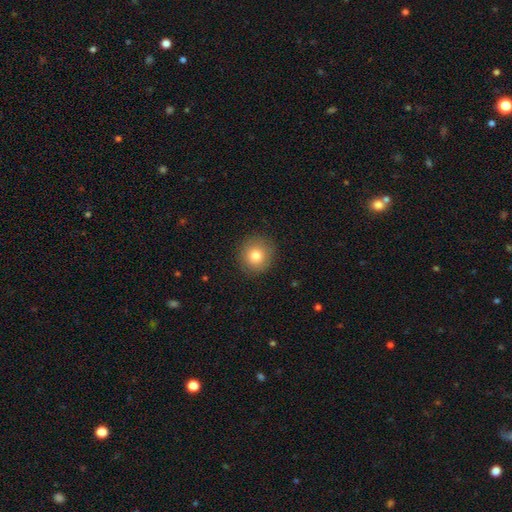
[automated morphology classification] Smooth or featured?
  - smooth: 80% *
  - star or artifact: 10%
  - featured or disk: 10%
How rounded?
  - round: 91% *
  - in between: 9%
  - cigar-shaped: 1%
Merging?
  - none: 89% *
  - minor disturbance: 8%
  - major disturbance: 3%
  - merger: 1%